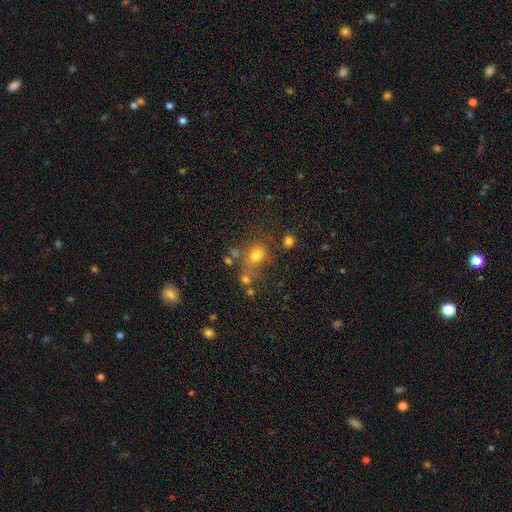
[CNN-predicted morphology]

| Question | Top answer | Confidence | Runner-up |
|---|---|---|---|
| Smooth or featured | smooth | 70% | star or artifact (18%) |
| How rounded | round | 49% | tied: in between (49%) |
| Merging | none | 48% | merger (22%) |